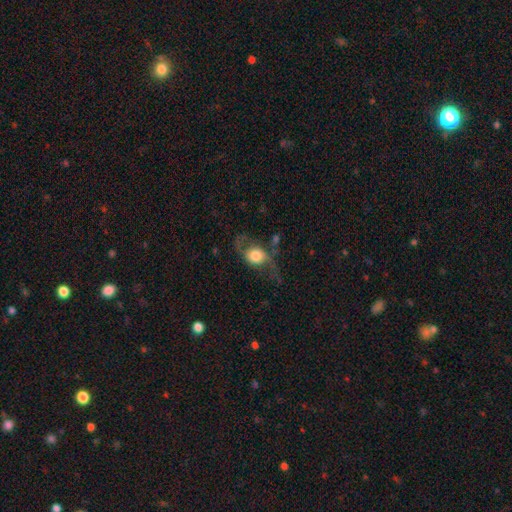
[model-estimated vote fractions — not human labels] This is possibly a featured or disk galaxy (57%). It is clearly not viewed edge-on (91%). Bar: likely no (73%). Spiral arm pattern: clearly yes (81%). Central bulge: marginally large (45%). Merging: possibly none (48%).